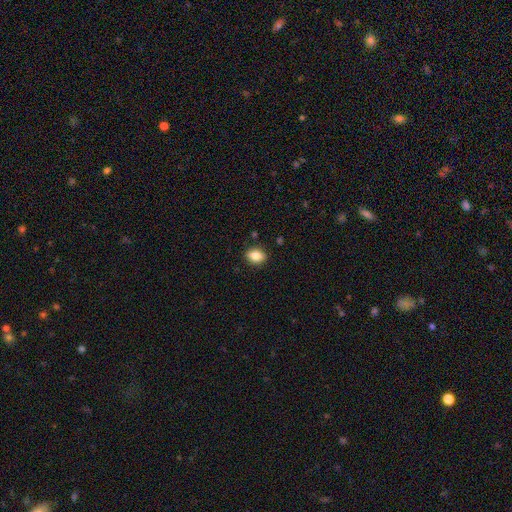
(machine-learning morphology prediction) This appears to be a smooth galaxy with no disk features (84%) that is in between round and cigar-shaped (70%). Merging: none (87%).